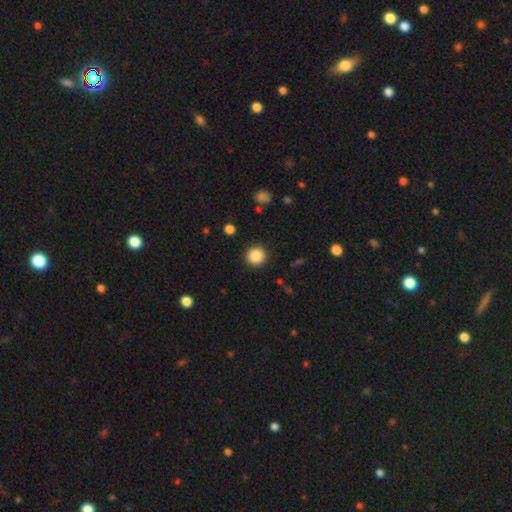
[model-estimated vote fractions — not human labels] smooth 86%, star or artifact 10%, featured or disk 4%. Down the decision tree: how rounded — round (95%); merging — none (91%).